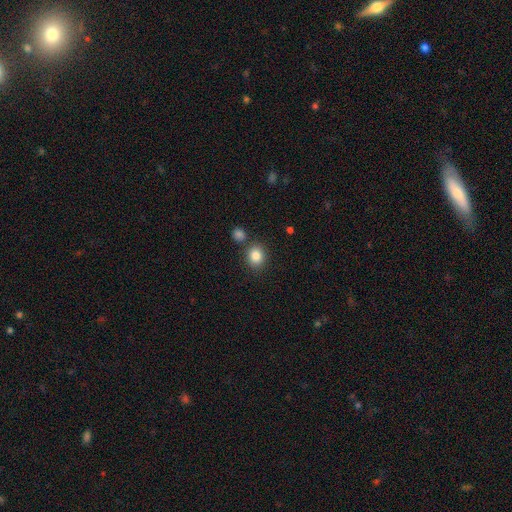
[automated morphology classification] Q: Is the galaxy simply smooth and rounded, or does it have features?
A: smooth — 85%.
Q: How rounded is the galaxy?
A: round — 65%.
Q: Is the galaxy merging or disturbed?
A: none — 77%.